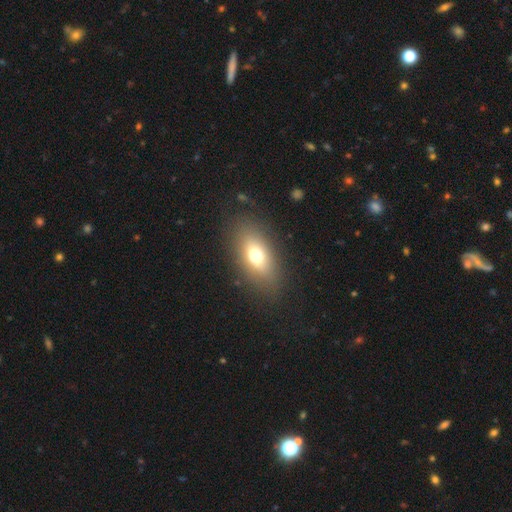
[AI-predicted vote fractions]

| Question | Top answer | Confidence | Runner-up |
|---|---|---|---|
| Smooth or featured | smooth | 67% | featured or disk (21%) |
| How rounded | in between | 81% | round (11%) |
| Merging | none | 84% | minor disturbance (10%) |